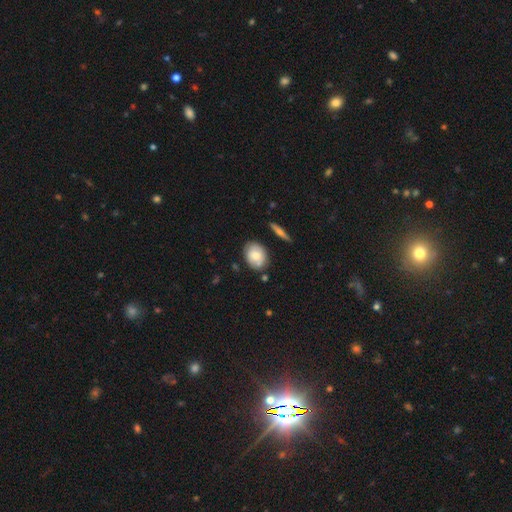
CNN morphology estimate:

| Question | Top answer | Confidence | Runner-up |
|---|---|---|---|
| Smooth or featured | smooth | 69% | featured or disk (24%) |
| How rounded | in between | 61% | round (37%) |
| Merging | none | 73% | minor disturbance (19%) |